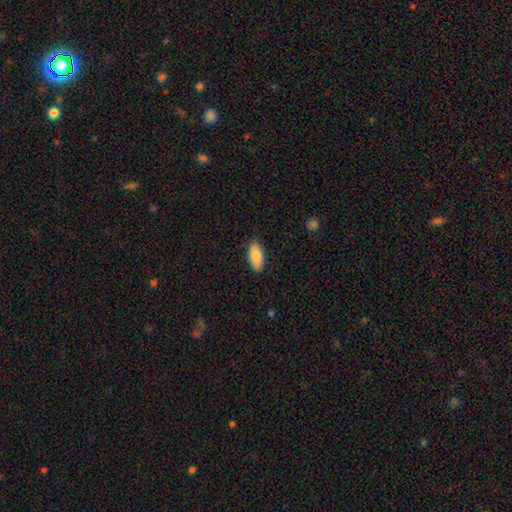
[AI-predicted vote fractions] smooth-or-featured: smooth: 85% | featured or disk: 9% | star or artifact: 6%
  how-rounded: in between: 90% | cigar-shaped: 8% | round: 2%
  merging: none: 87% | minor disturbance: 10% | major disturbance: 2% | merger: 1%